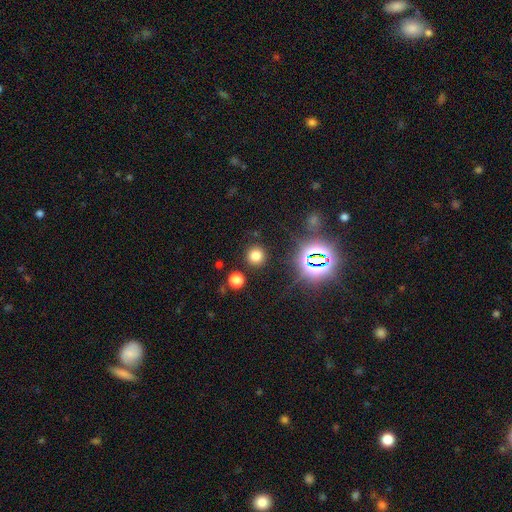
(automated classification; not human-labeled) The model was most divided on "smooth or featured": smooth: 72%, star or artifact: 22%, featured or disk: 6%. More confident: how rounded — round (92%); merging — none (88%).